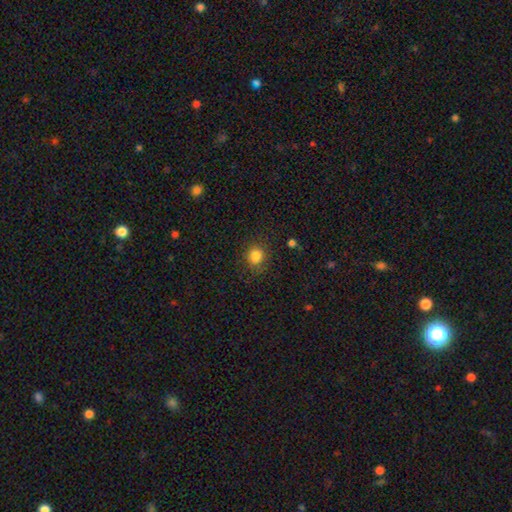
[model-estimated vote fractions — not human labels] Smooth or featured: smooth — 83% (star or artifact — 12%)
How rounded: round — 85% (in between — 14%)
Merging: none — 83% (minor disturbance — 11%)